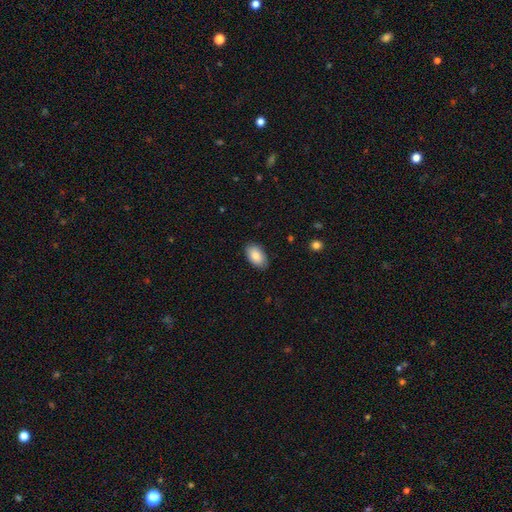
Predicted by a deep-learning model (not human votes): A smooth galaxy with no disk features (87%) that is in between round and cigar-shaped (94%). Merging: none (87%).